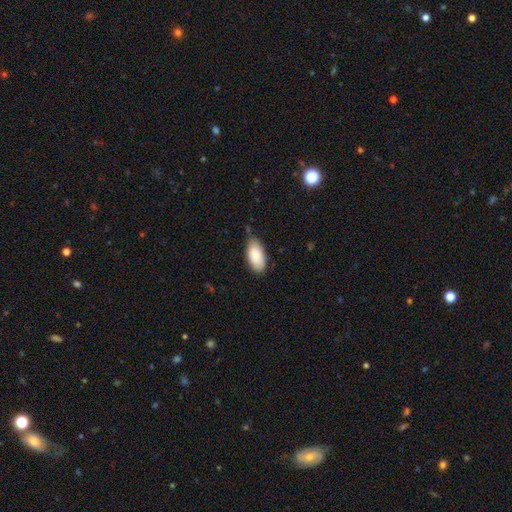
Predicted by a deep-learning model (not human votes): This is clearly a smooth galaxy (88%). How rounded: clearly in between (94%). Merging: likely none (71%).